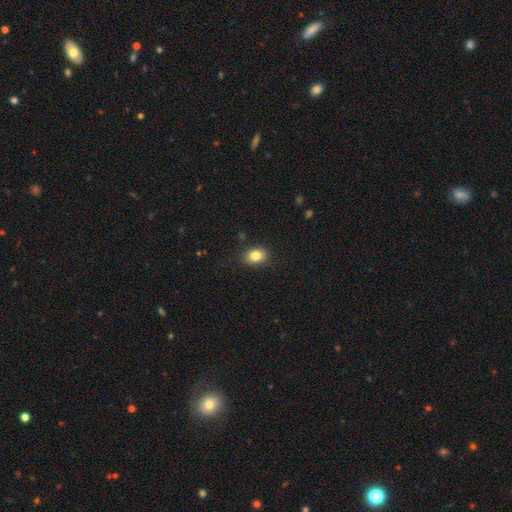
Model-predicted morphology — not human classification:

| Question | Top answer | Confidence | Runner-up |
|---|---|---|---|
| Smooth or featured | smooth | 83% | star or artifact (10%) |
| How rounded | in between | 69% | round (30%) |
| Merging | none | 87% | minor disturbance (9%) |